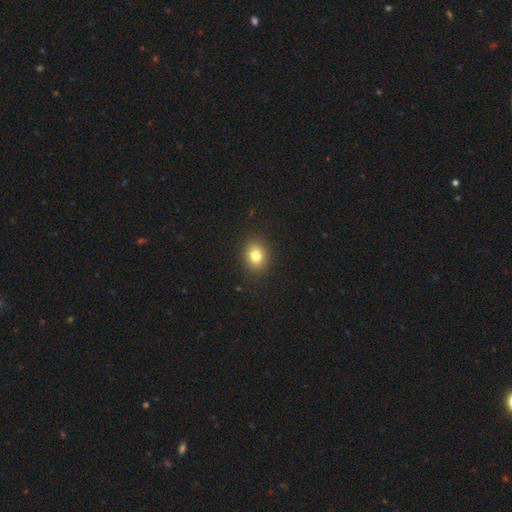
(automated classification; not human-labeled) Morphology: type=smooth (80%); roundness=round (59%); merging=none (89%).